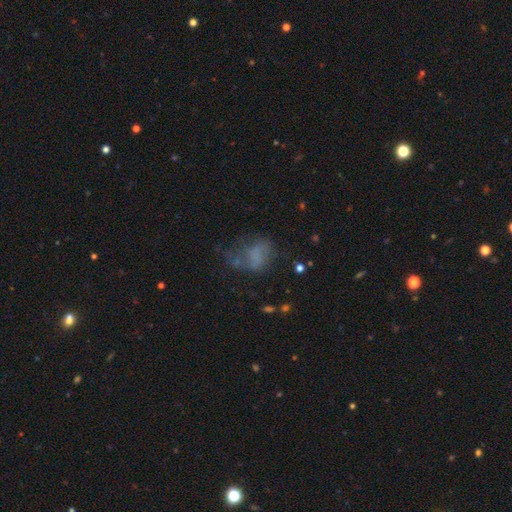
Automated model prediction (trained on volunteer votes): smooth 48%, featured or disk 34%, star or artifact 18%. Down the decision tree: merging — major disturbance (36%).